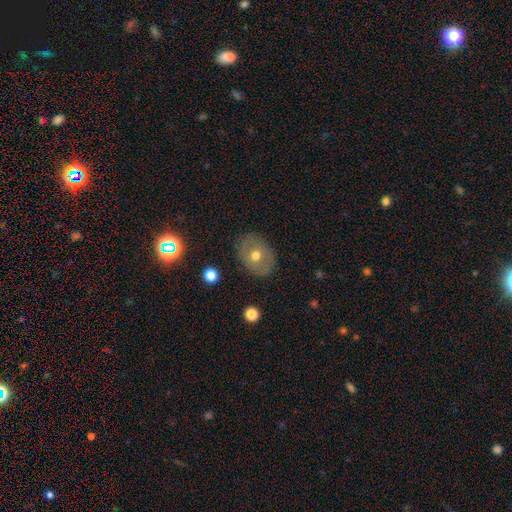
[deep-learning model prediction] A smooth galaxy with no disk features (52%) that is in between round and cigar-shaped (62%). Merging: none (83%).